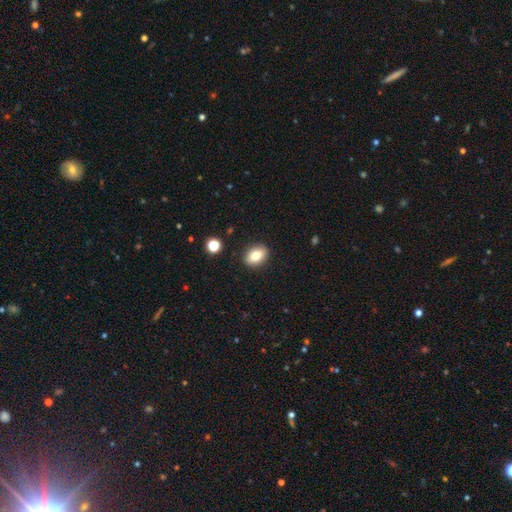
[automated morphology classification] A smooth galaxy with no disk features (81%) that is in between round and cigar-shaped (74%). Merging: none (88%).